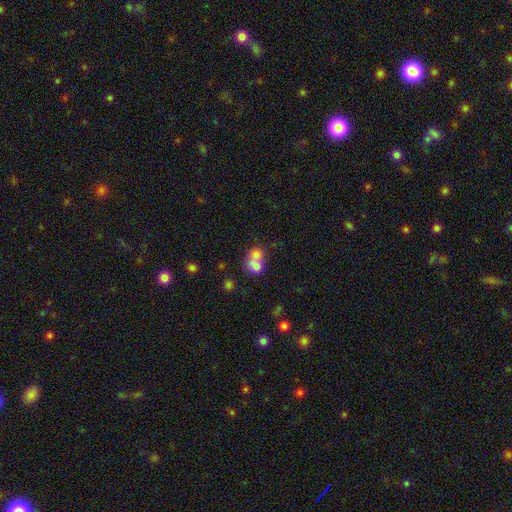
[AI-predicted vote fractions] A smooth galaxy with no disk features (67%) that is round (63%).

Vote fractions:
- Smooth or featured? smooth: 67% / featured or disk: 22% / star or artifact: 11%
- How rounded? round: 63% / in between: 36% / cigar-shaped: 1%
- Merging? merger: 71% / none: 20% / minor disturbance: 6% / major disturbance: 3%